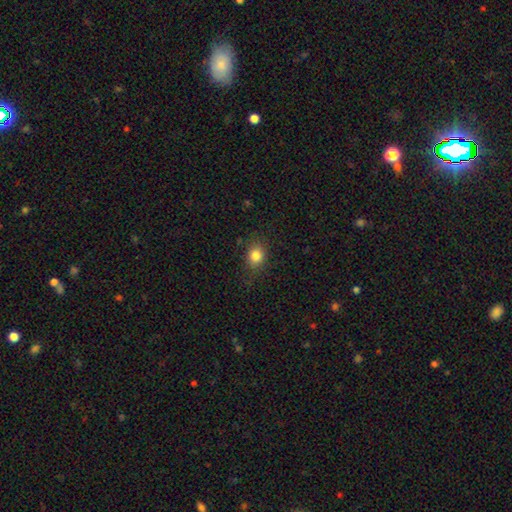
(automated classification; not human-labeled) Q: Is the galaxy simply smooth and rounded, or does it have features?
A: smooth — 83%.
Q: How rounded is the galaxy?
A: round — 55%.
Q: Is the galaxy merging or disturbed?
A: none — 81%.